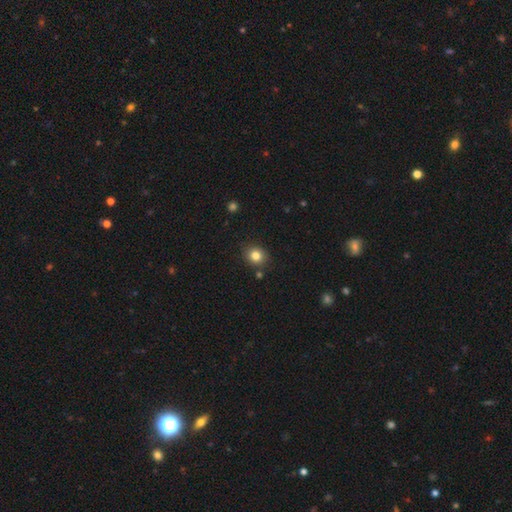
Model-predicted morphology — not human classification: This is clearly a smooth galaxy (82%). How rounded: likely round (73%). Merging: clearly none (83%).